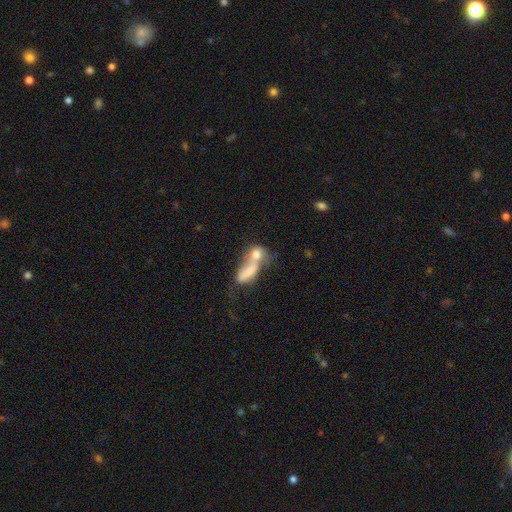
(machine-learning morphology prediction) Smooth or featured: smooth — 66% (featured or disk — 24%)
How rounded: in between — 61% (round — 23%)
Merging: merger — 67% (none — 15%)